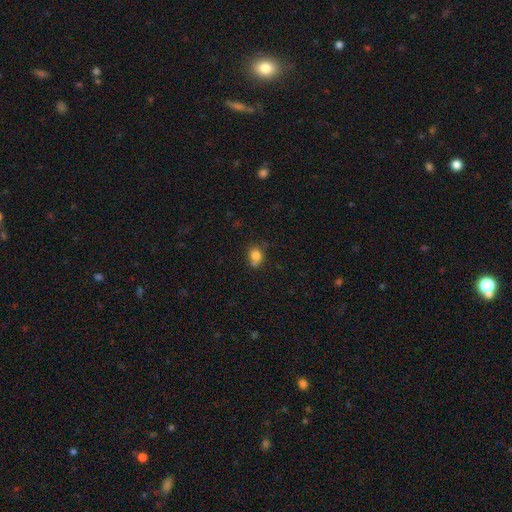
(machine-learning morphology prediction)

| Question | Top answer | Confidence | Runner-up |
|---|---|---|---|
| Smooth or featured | smooth | 79% | star or artifact (11%) |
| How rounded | round | 65% | in between (34%) |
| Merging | none | 56% | merger (20%) |